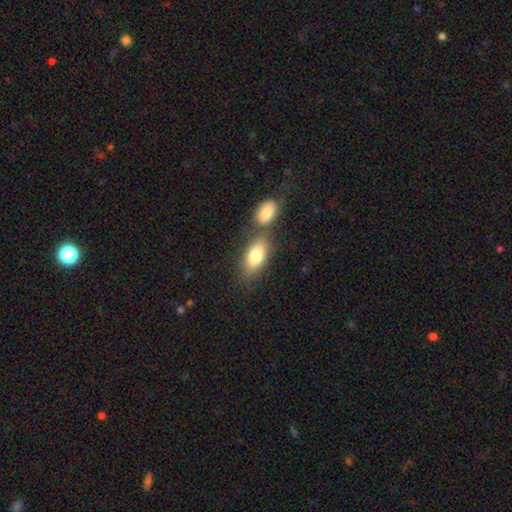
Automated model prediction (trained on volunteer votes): Morphology: type=smooth (80%); roundness=in between (89%); merging=none (52%).